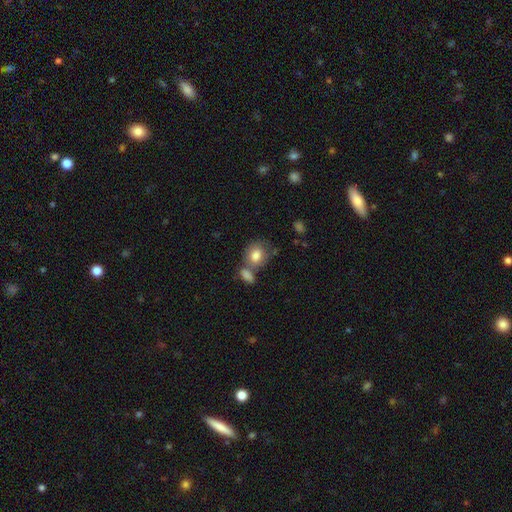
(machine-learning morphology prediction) type=smooth (81%); roundness=round (59%); merging=none (44%).